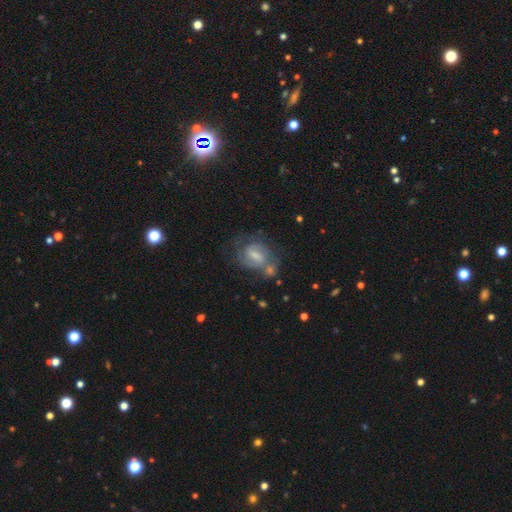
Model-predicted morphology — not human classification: Smooth or featured: featured or disk — 70% (smooth — 22%)
Edge-on disk: no — 96% (yes — 4%)
Bar: weak — 54% (strong — 29%)
Spiral arms: yes — 88% (no — 12%)
Spiral winding: medium — 47% (tight — 37%)
Spiral arm count: 2 — 69% (can't tell — 16%)
Bulge size: small — 35% (tied with moderate — 35%)
Merging: none — 48% (merger — 19%)